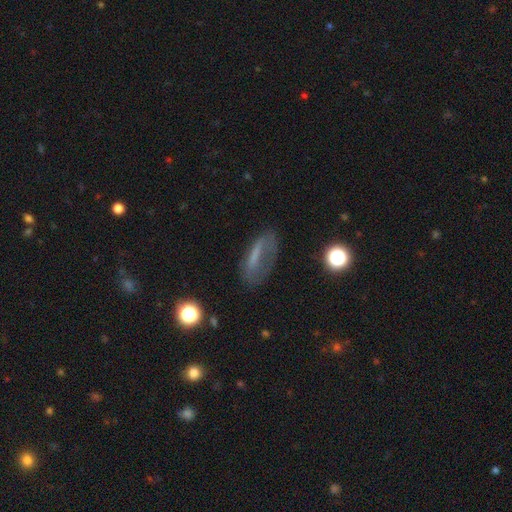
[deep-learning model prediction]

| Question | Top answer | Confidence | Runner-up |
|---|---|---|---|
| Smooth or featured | smooth | 47% | featured or disk (38%) |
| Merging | none | 59% | minor disturbance (23%) |